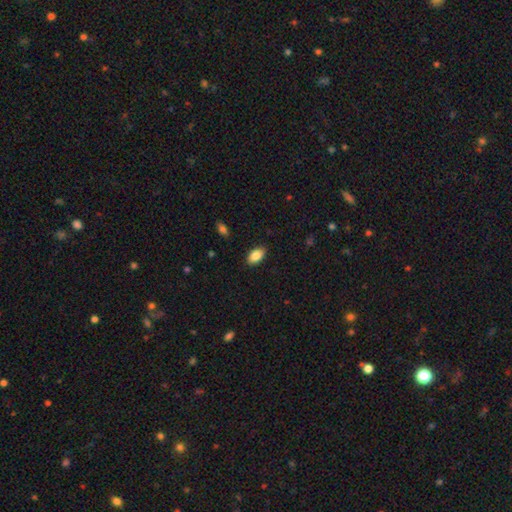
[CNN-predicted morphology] A smooth galaxy with no disk features (87%) that is in between round and cigar-shaped (92%).

Vote fractions:
- Smooth or featured? smooth: 87% / star or artifact: 7% / featured or disk: 6%
- How rounded? in between: 92% / round: 6% / cigar-shaped: 2%
- Merging? none: 87% / minor disturbance: 9% / major disturbance: 2% / merger: 1%